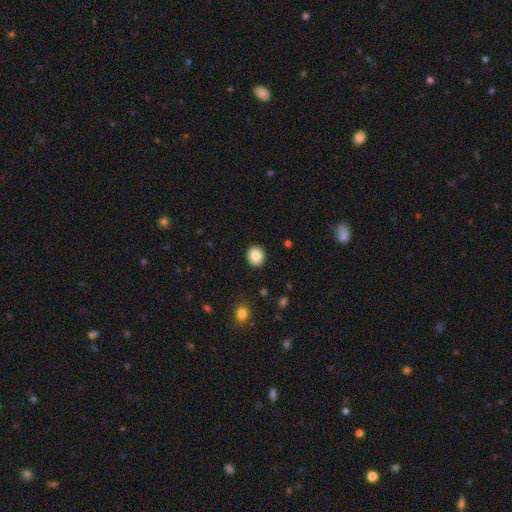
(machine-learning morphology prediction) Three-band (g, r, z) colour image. It shows a smooth galaxy with no disk features (85%) that is round (84%). Merging: none (92%).